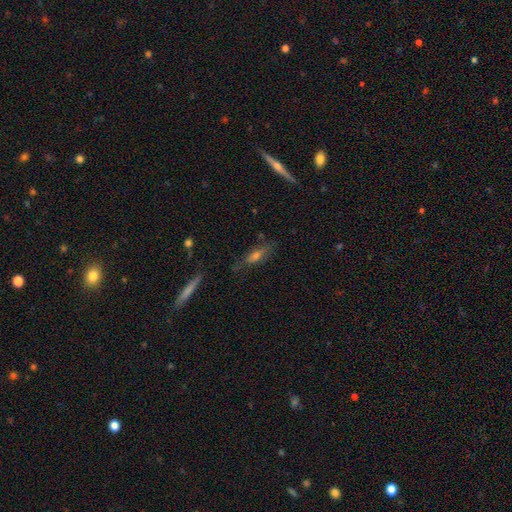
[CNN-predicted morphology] Overall: smooth (46%; featured or disk 42%). Merging: none (69%).